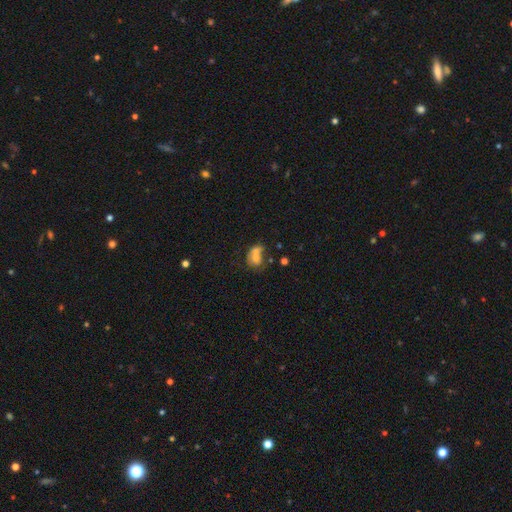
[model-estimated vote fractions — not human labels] The model was most divided on "how rounded": in between: 57%, round: 42%, cigar-shaped: 1%. More confident: smooth or featured — smooth (62%); merging — merger (51%).